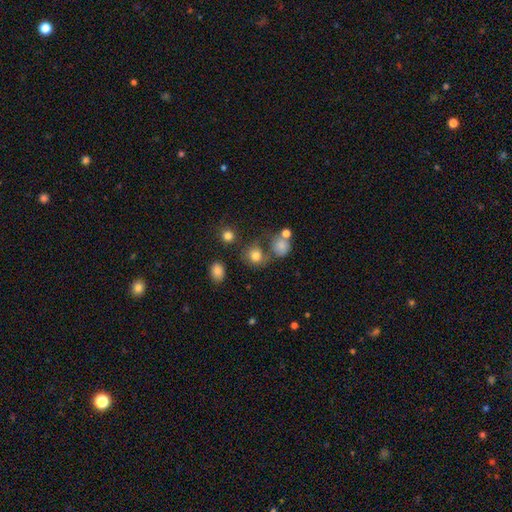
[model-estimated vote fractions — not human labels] Q: Smooth or featured?
A: smooth (78%); runner-up: star or artifact (13%)
Q: How rounded?
A: round (80%); runner-up: in between (19%)
Q: Merging?
A: none (61%); runner-up: merger (18%)